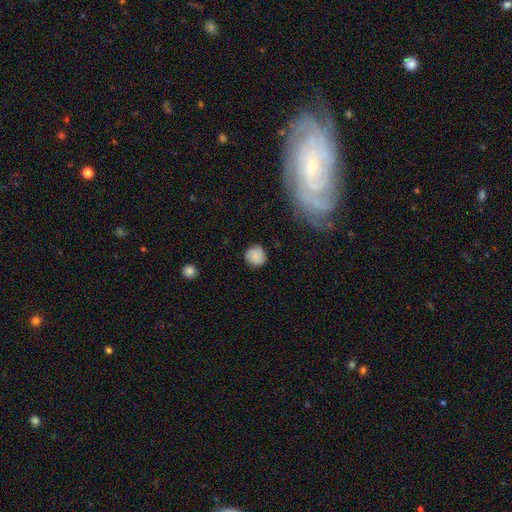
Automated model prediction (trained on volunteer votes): Overall: smooth (75%). How rounded: round (85%). Merging: none (77%).